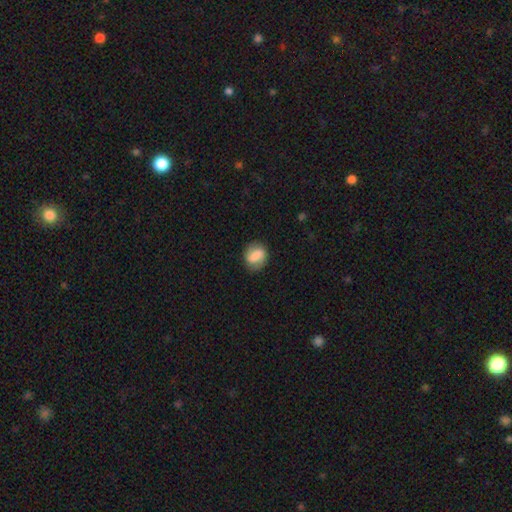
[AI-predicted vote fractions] Smooth or featured: smooth — 66% (featured or disk — 26%)
How rounded: in between — 52% (round — 46%)
Merging: none — 77% (minor disturbance — 17%)